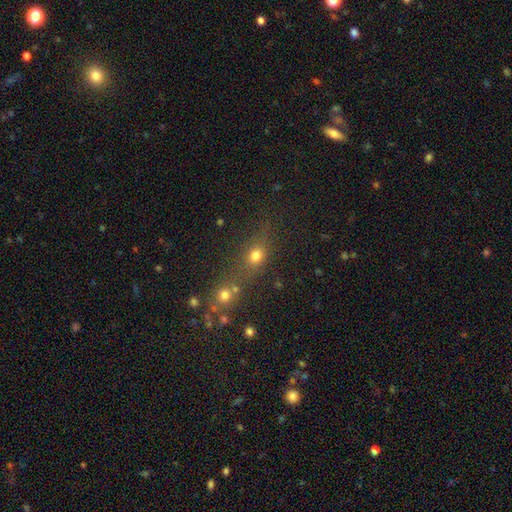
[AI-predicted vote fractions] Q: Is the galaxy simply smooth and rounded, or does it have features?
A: smooth — 69%.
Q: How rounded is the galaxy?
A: round — 59%.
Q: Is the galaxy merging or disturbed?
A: none — 53%.